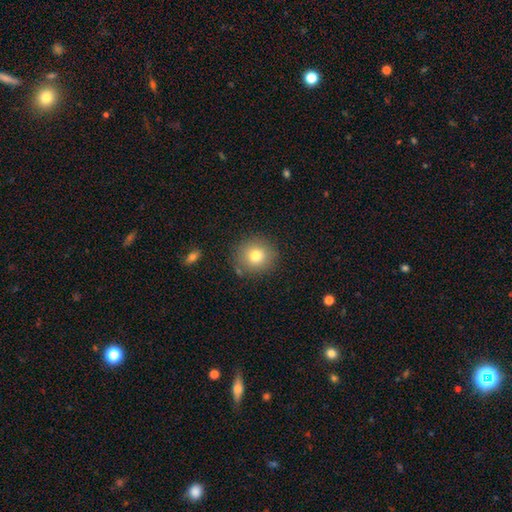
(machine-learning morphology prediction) This is likely a smooth galaxy (77%). How rounded: clearly round (90%). Merging: clearly none (86%).